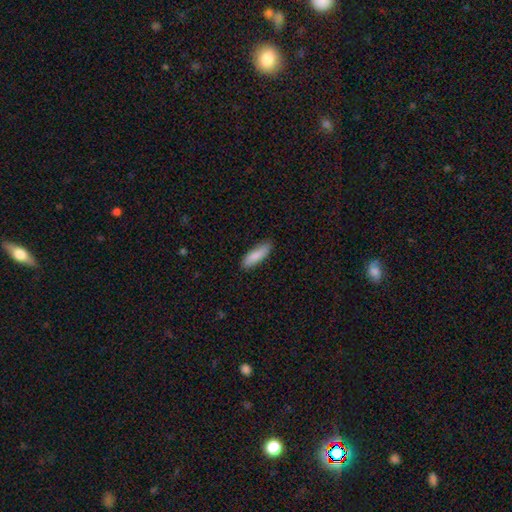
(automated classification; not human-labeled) smooth_or_featured: smooth (p=0.87) [alt: featured or disk p=0.08]
how_rounded: cigar-shaped (p=0.52) [alt: in between p=0.46]
merging: none (p=0.84) [alt: minor disturbance p=0.13]